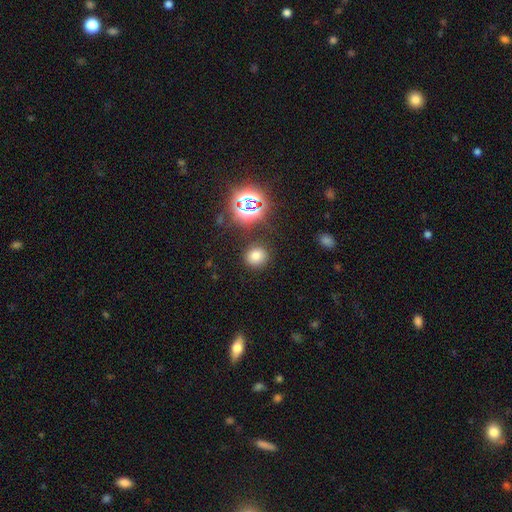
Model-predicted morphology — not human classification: smooth 71%, star or artifact 22%, featured or disk 7%. Down the decision tree: how rounded — round (81%); merging — none (85%).